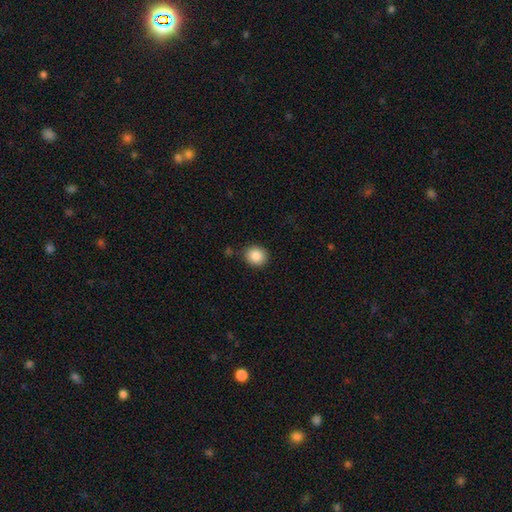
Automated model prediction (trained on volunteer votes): This is clearly a smooth galaxy (87%). How rounded: clearly round (83%). Merging: clearly none (86%).